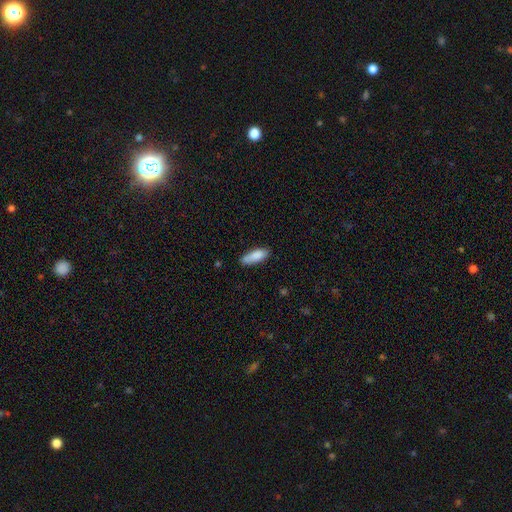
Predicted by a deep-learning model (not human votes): This appears to be a smooth galaxy with no disk features (86%) that is in between round and cigar-shaped (63%). Merging: none (77%).